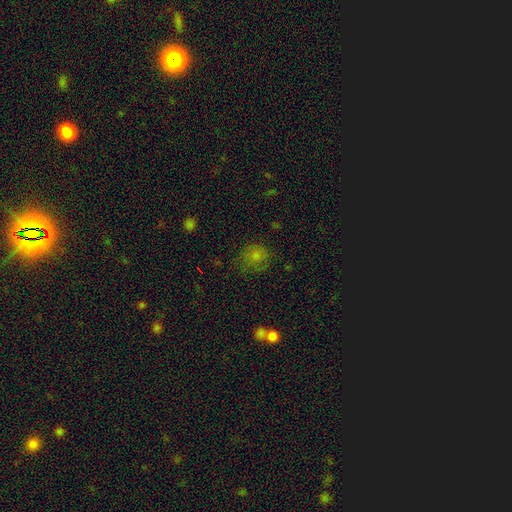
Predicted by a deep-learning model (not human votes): Smooth or featured?
  - smooth: 57% *
  - star or artifact: 29%
  - featured or disk: 15%
How rounded?
  - round: 80% *
  - in between: 18%
  - cigar-shaped: 1%
Merging?
  - none: 73% *
  - minor disturbance: 16%
  - major disturbance: 8%
  - merger: 2%